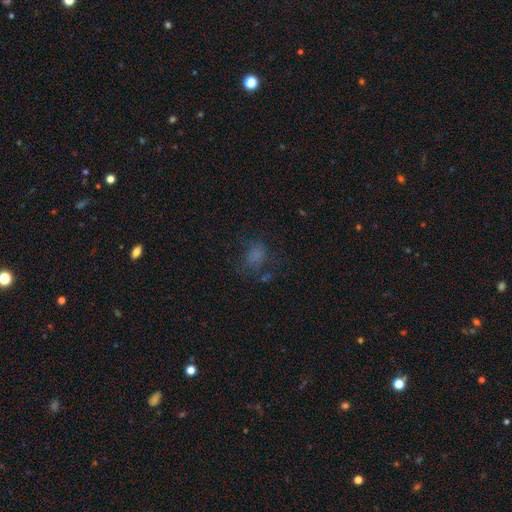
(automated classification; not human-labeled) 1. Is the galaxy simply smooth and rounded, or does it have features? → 61% smooth, 23% star or artifact, 16% featured or disk.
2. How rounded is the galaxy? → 53% in between, 45% round, 2% cigar-shaped.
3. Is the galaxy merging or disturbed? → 54% none, 21% major disturbance, 20% minor disturbance, 5% merger.